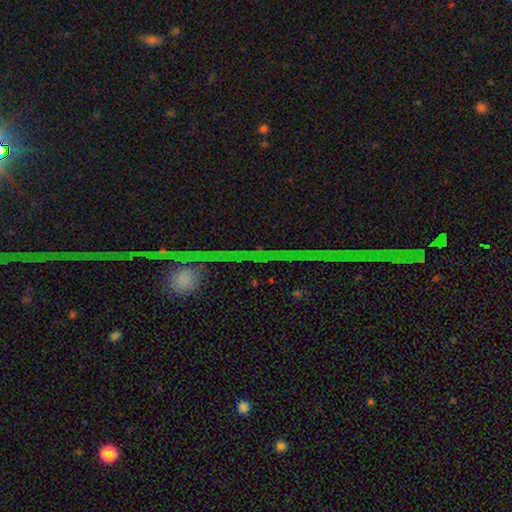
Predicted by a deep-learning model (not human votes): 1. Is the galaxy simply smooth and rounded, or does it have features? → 77% star or artifact, 14% featured or disk, 9% smooth.